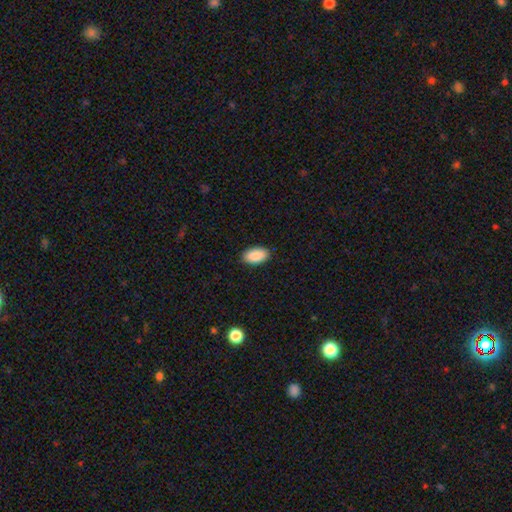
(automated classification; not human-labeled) The model was most divided on "merging": none: 89%, minor disturbance: 8%, major disturbance: 2%, merger: 1%. More confident: how rounded — in between (95%); smooth or featured — smooth (90%).